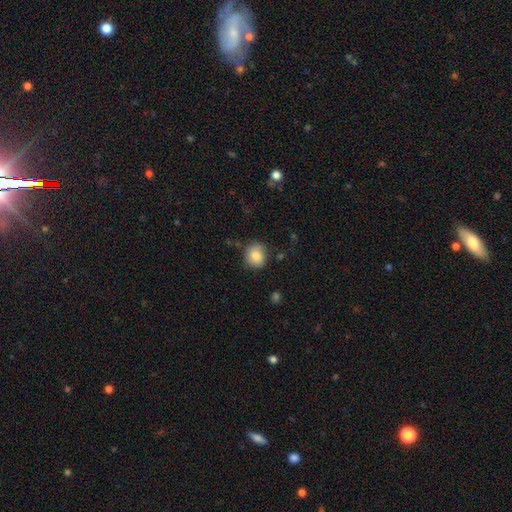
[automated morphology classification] This appears to be a smooth galaxy with no disk features (82%) that is round (78%). Merging: none (77%).